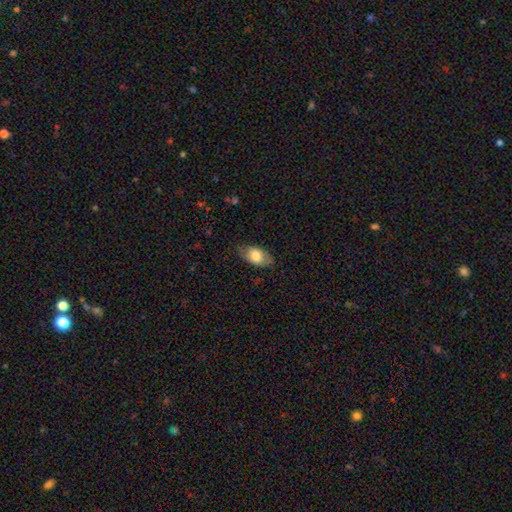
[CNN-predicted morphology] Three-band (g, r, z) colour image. It shows a smooth galaxy with no disk features (78%) that is in between round and cigar-shaped (91%). Merging: none (77%).